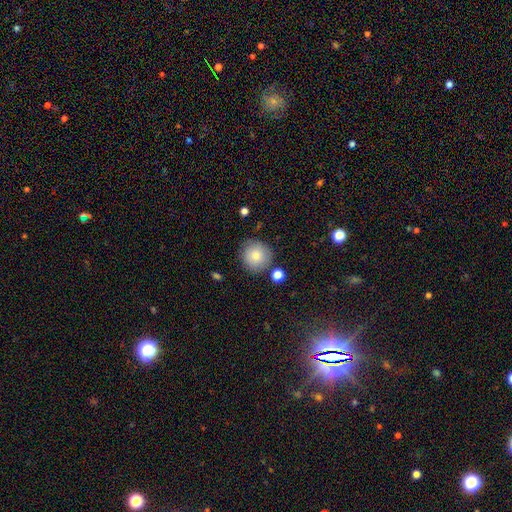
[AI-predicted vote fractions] Overall: smooth (80%). How rounded: round (93%). Merging: none (81%).